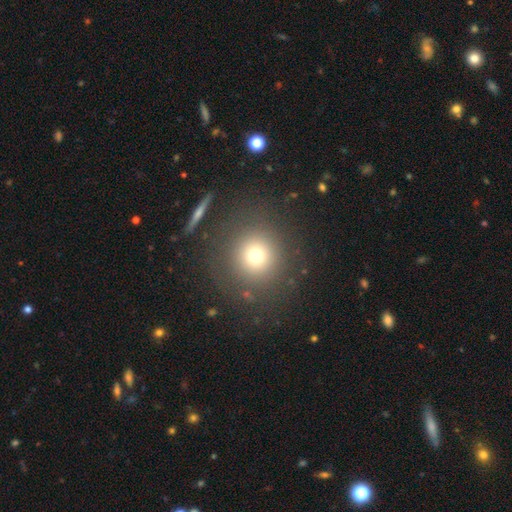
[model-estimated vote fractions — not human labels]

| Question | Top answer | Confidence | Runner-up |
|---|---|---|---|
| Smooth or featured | smooth | 71% | star or artifact (17%) |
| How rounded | round | 93% | in between (6%) |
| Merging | none | 83% | minor disturbance (8%) |